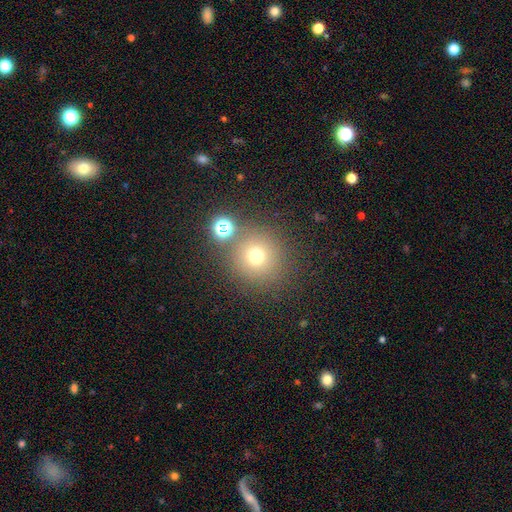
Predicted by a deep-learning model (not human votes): Smooth or featured? smooth (70%)
How rounded? round (93%)
Merging? none (76%)